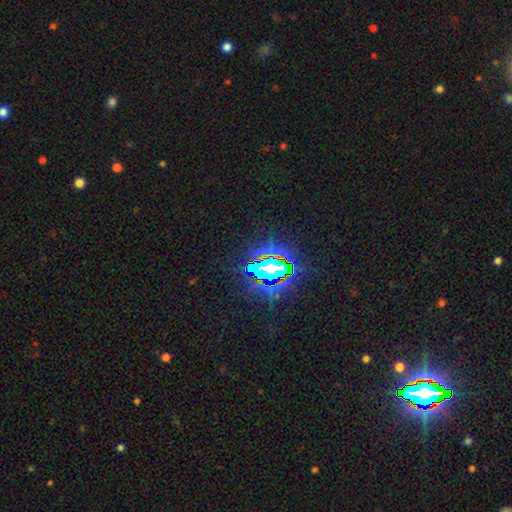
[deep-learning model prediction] This appears to be a star or artifact, not a galaxy (86%).